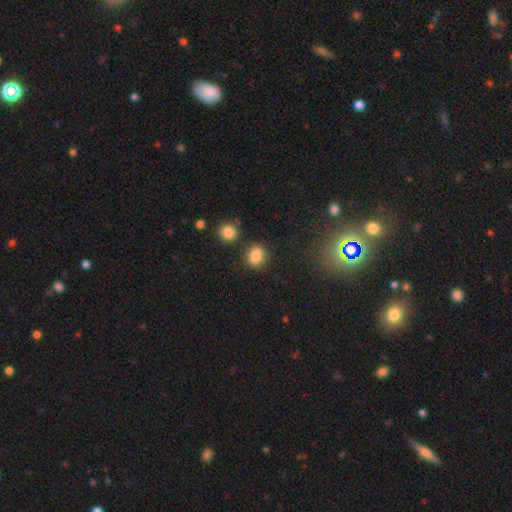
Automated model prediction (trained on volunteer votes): smooth-or-featured: smooth: 86% | star or artifact: 10% | featured or disk: 4%
  how-rounded: round: 55% | in between: 43% | cigar-shaped: 1%
  merging: none: 80% | minor disturbance: 10% | merger: 6% | major disturbance: 3%